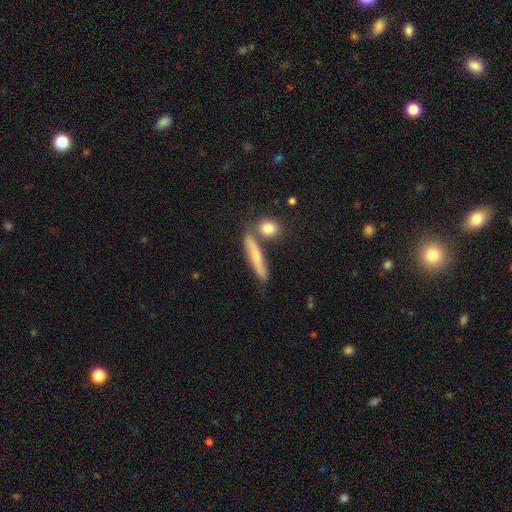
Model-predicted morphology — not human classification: smooth-or-featured: smooth: 51% | featured or disk: 42% | star or artifact: 7%
  how-rounded: cigar-shaped: 85% | in between: 12% | round: 4%
  merging: none: 69% | merger: 14% | minor disturbance: 13% | major disturbance: 3%